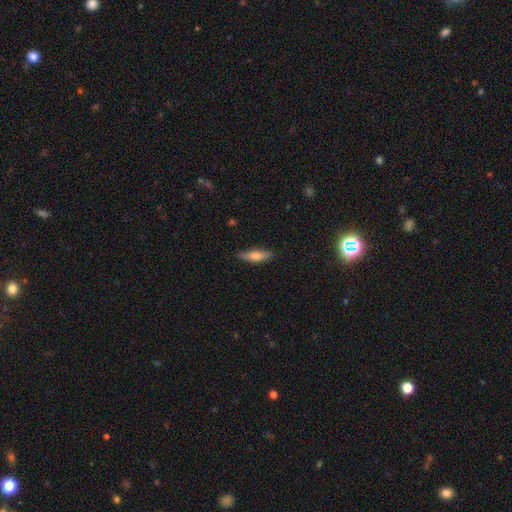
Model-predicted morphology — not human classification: Smooth or featured? smooth (62%)
How rounded? cigar-shaped (66%)
Merging? none (86%)